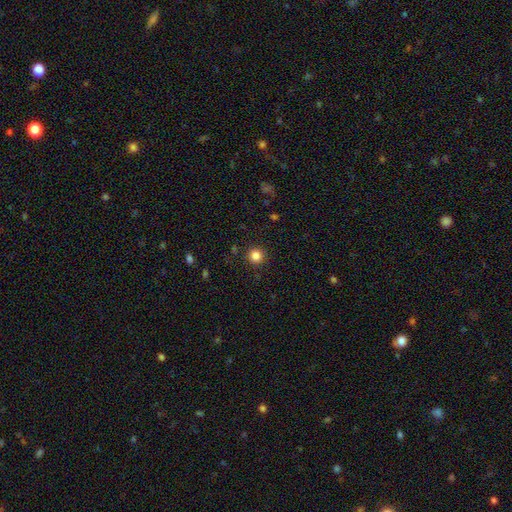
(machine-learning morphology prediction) This is clearly a smooth galaxy (84%). How rounded: clearly round (95%). Merging: clearly none (91%).